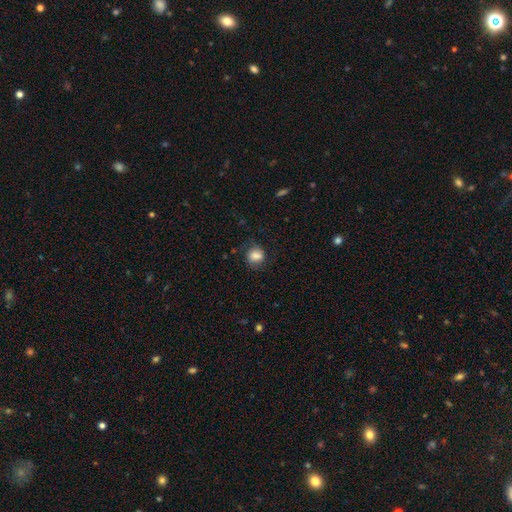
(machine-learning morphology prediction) The model was most divided on "how rounded": round: 65%, in between: 34%, cigar-shaped: 1%. More confident: smooth or featured — smooth (76%); merging — none (69%).